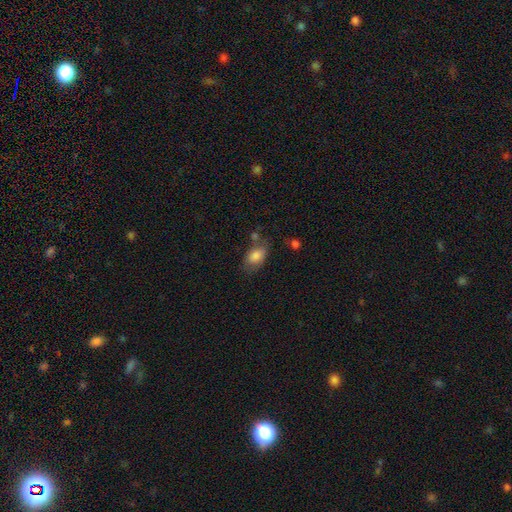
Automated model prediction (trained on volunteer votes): The model was most divided on "merging": none: 60%, minor disturbance: 23%, merger: 9%, major disturbance: 9%. More confident: how rounded — in between (89%); smooth or featured — smooth (83%).